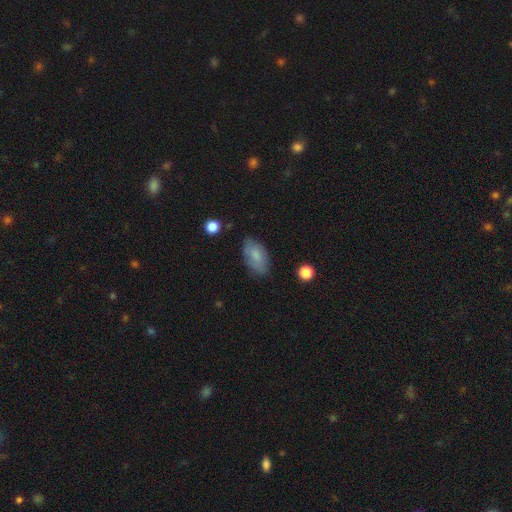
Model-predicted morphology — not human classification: This is likely a smooth galaxy (78%). How rounded: clearly in between (93%). Merging: likely none (73%).